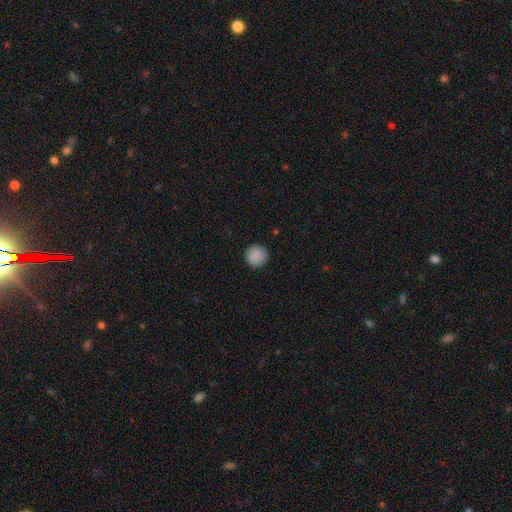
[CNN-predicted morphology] smooth 89%, star or artifact 8%, featured or disk 3%. Down the decision tree: how rounded — round (95%); merging — none (90%).